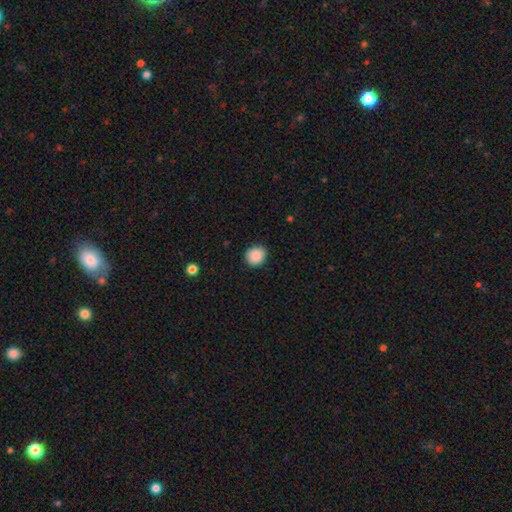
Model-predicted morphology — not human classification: smooth_or_featured: smooth (p=0.89) [alt: star or artifact p=0.08]
how_rounded: round (p=0.82) [alt: in between p=0.17]
merging: none (p=0.87) [alt: minor disturbance p=0.10]